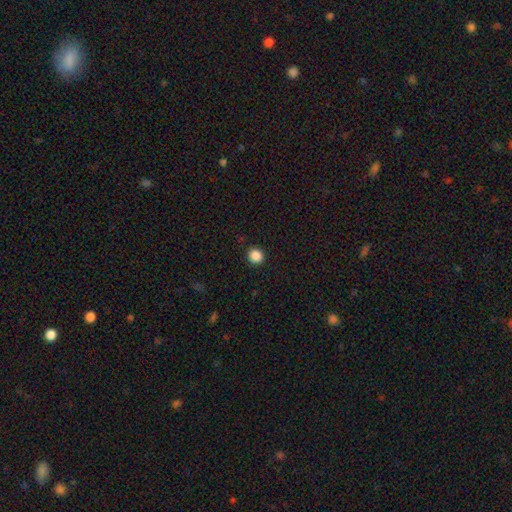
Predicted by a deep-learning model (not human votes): smooth 87%, star or artifact 10%, featured or disk 3%. Down the decision tree: how rounded — round (91%); merging — none (92%).